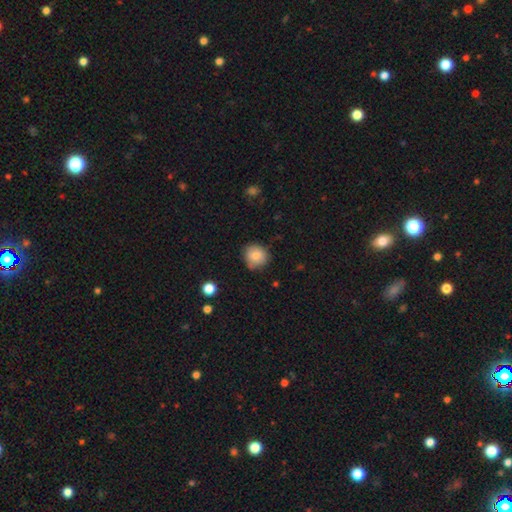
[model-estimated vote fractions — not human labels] smooth_or_featured: smooth (p=0.81) [alt: featured or disk p=0.10]
how_rounded: round (p=0.86) [alt: in between p=0.13]
merging: none (p=0.74) [alt: minor disturbance p=0.20]